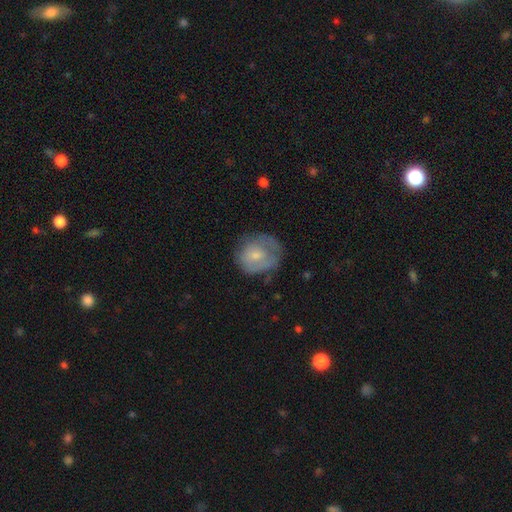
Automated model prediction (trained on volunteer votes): Smooth or featured? smooth (60%)
How rounded? round (69%)
Merging? none (49%)